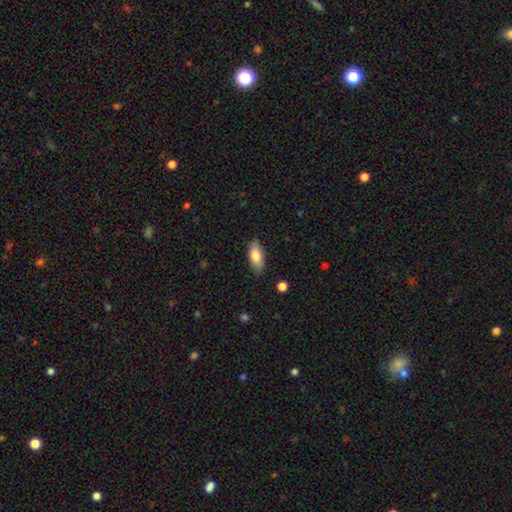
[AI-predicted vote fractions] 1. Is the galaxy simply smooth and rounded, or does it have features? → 77% smooth, 16% featured or disk, 7% star or artifact.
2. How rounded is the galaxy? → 83% in between, 14% cigar-shaped, 3% round.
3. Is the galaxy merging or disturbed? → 85% none, 12% minor disturbance, 2% major disturbance, 1% merger.